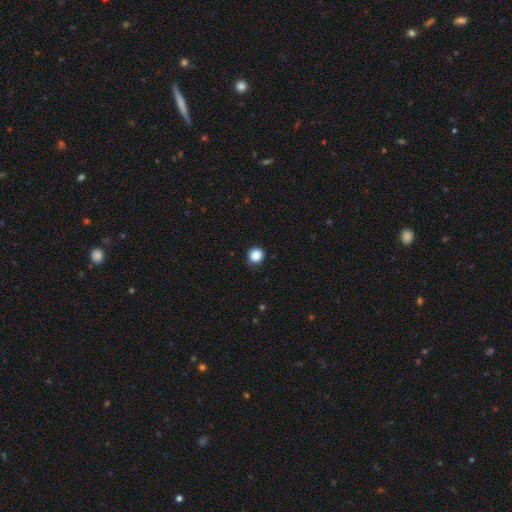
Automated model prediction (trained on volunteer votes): smooth 87%, star or artifact 10%, featured or disk 3%. Down the decision tree: how rounded — round (93%); merging — none (91%).